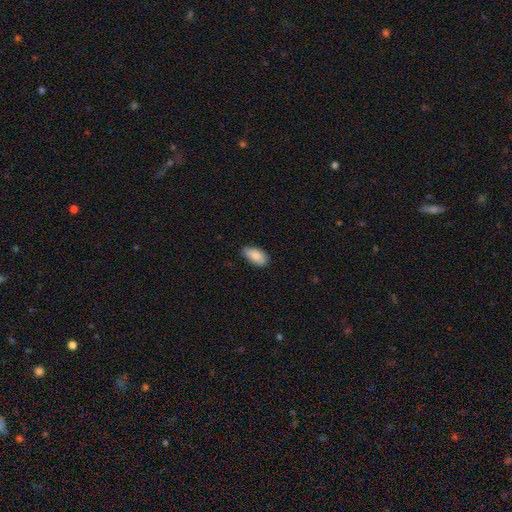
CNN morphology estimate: smooth 83%, featured or disk 10%, star or artifact 6%. Down the decision tree: how rounded — in between (93%); merging — none (72%).